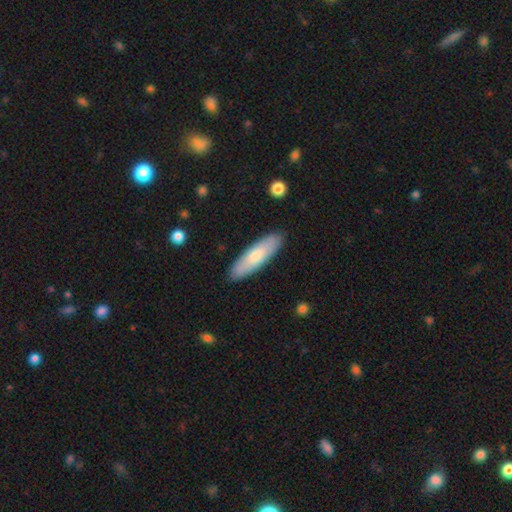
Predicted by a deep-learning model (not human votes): This appears to be a smooth galaxy with no disk features (71%) that is cigar-shaped (58%). Merging: none (89%).